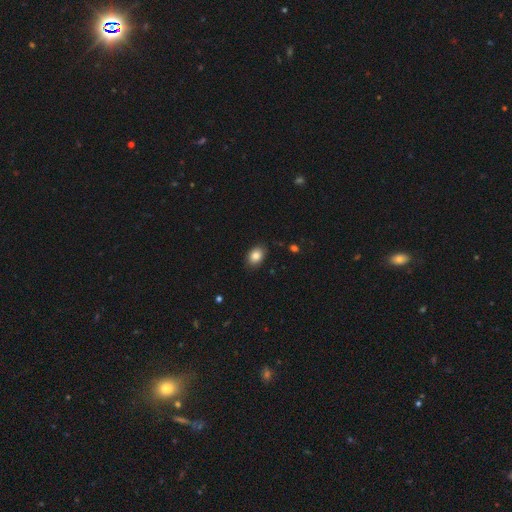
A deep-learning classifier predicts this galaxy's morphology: Smooth or featured: smooth — 85% (star or artifact — 9%)
How rounded: in between — 71% (round — 28%)
Merging: none — 85% (minor disturbance — 12%)